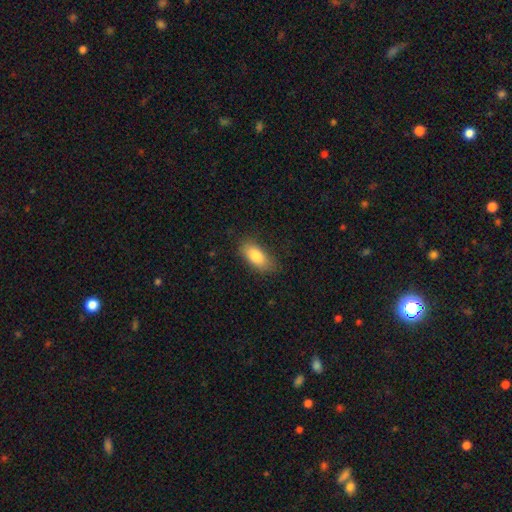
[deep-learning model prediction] This appears to be a smooth galaxy with no disk features (83%) that is in between round and cigar-shaped (88%). Merging: none (77%).